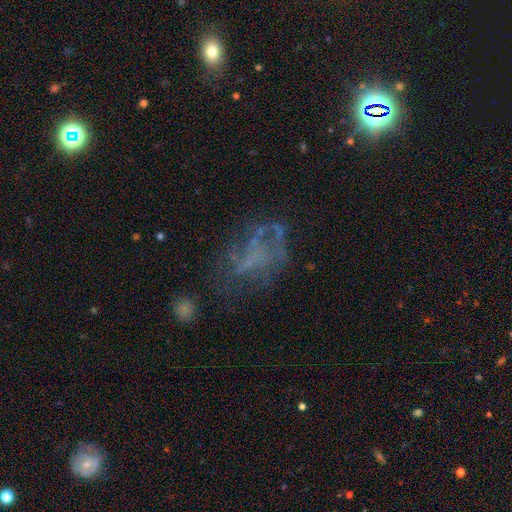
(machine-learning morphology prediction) Q: Smooth or featured?
A: featured or disk (51%); runner-up: star or artifact (28%)
Q: Edge-on disk?
A: no (97%); runner-up: yes (3%)
Q: Merging?
A: none (45%); runner-up: major disturbance (32%)